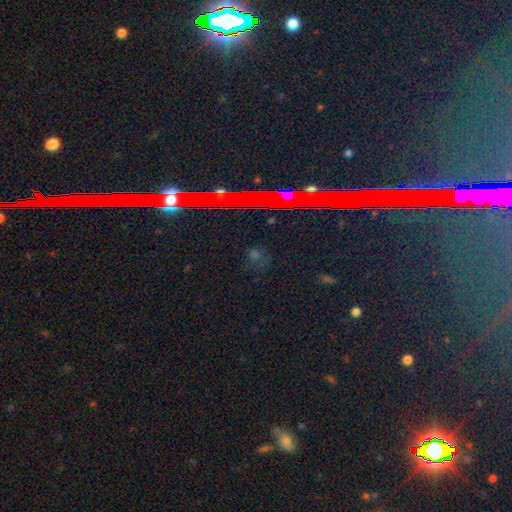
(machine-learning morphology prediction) Smooth or featured? Predicted: star or artifact (p=0.67).